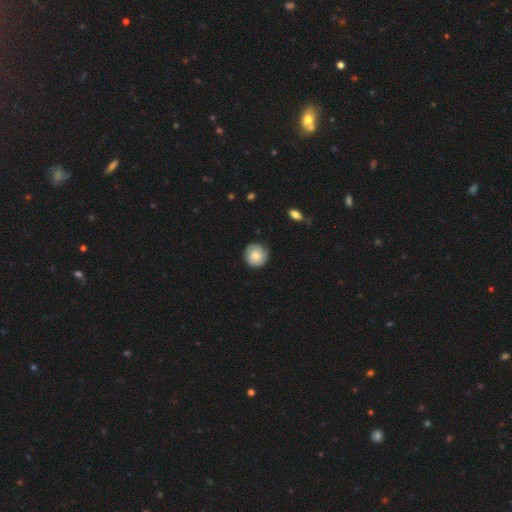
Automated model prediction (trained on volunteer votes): Smooth or featured: smooth — 69% (featured or disk — 24%)
How rounded: round — 93% (in between — 6%)
Merging: none — 86% (minor disturbance — 11%)